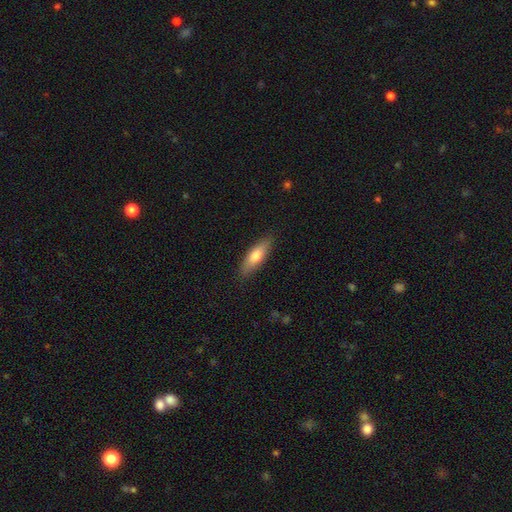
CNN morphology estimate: smooth_or_featured: smooth (p=0.71) [alt: featured or disk p=0.24]
how_rounded: in between (p=0.50) [alt: cigar-shaped p=0.48]
merging: none (p=0.86) [alt: minor disturbance p=0.11]